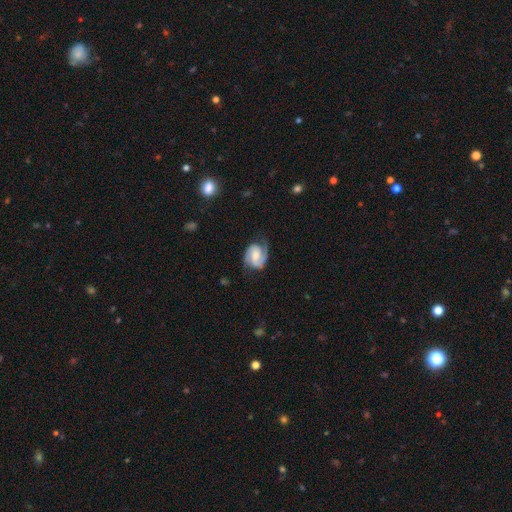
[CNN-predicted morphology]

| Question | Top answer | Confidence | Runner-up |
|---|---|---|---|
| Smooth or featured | featured or disk | 80% | smooth (14%) |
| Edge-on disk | no | 98% | yes (2%) |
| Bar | weak | 43% | tied: no (43%) |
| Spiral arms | yes | 96% | no (4%) |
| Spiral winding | medium | 46% | tight (38%) |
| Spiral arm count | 2 | 85% | 1 (7%) |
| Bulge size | moderate | 37% | small (23%) |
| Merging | none | 67% | minor disturbance (22%) |